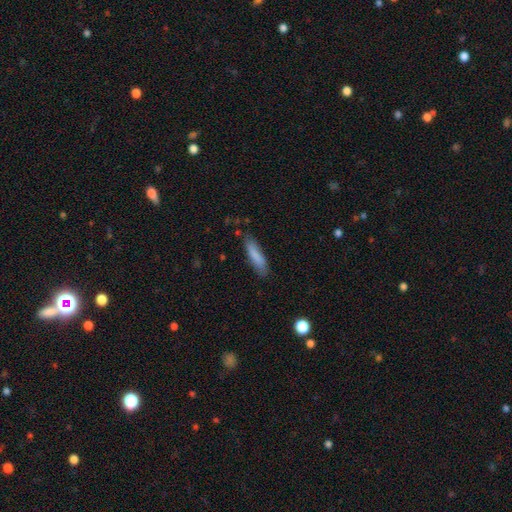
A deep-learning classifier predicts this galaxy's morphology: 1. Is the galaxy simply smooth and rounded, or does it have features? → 83% smooth, 11% featured or disk, 6% star or artifact.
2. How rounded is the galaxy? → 70% cigar-shaped, 28% in between, 1% round.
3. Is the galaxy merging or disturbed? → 79% none, 16% minor disturbance, 3% major disturbance, 2% merger.